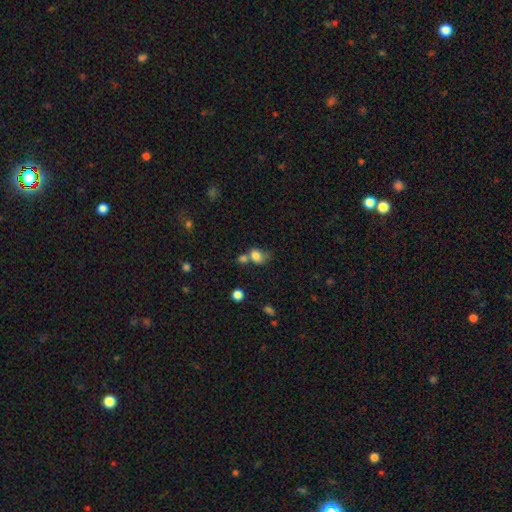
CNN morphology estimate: Smooth or featured?
  - smooth: 79% *
  - star or artifact: 11%
  - featured or disk: 10%
How rounded?
  - round: 55% *
  - in between: 44%
  - cigar-shaped: 1%
Merging?
  - merger: 38% *
  - none: 32%
  - minor disturbance: 18%
  - major disturbance: 11%